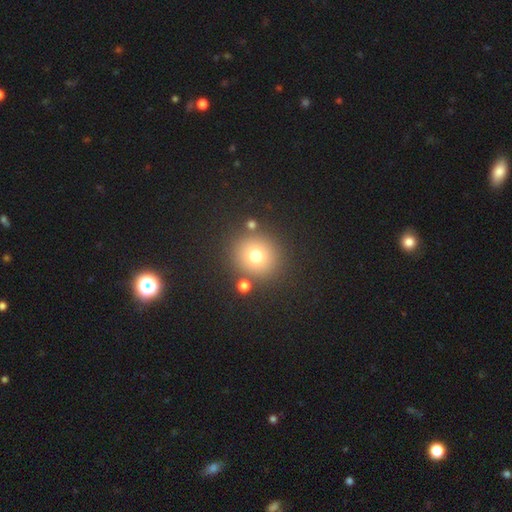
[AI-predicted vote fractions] smooth-or-featured: smooth: 74% | star or artifact: 15% | featured or disk: 11%
  how-rounded: round: 90% | in between: 9% | cigar-shaped: 1%
  merging: none: 82% | minor disturbance: 8% | merger: 7% | major disturbance: 3%